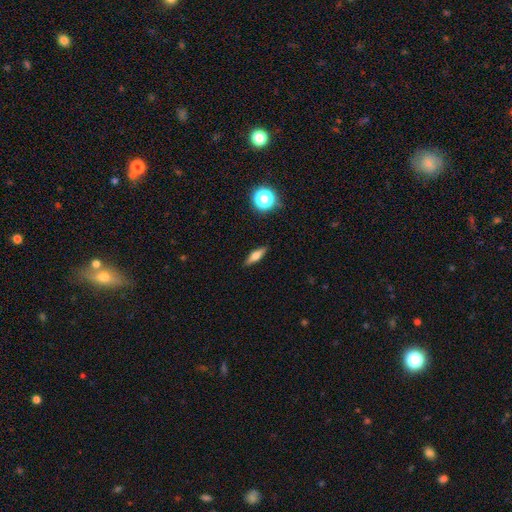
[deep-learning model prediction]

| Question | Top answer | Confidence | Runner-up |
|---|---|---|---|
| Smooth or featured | smooth | 56% | featured or disk (35%) |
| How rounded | cigar-shaped | 53% | in between (41%) |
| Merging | none | 89% | minor disturbance (8%) |